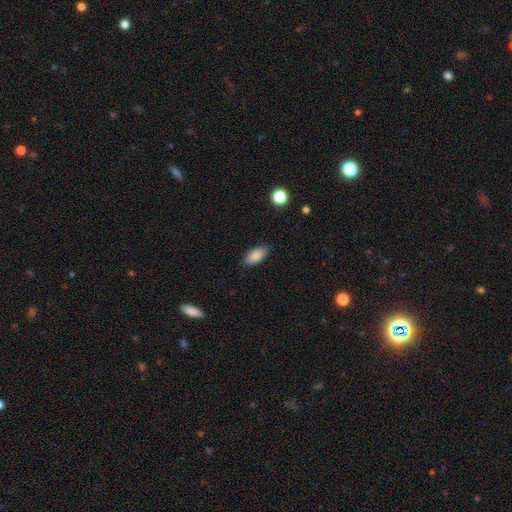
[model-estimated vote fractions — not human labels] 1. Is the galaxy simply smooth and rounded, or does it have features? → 88% smooth, 7% star or artifact, 5% featured or disk.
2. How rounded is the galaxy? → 91% in between, 6% cigar-shaped, 3% round.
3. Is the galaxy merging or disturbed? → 86% none, 11% minor disturbance, 2% major disturbance, 1% merger.